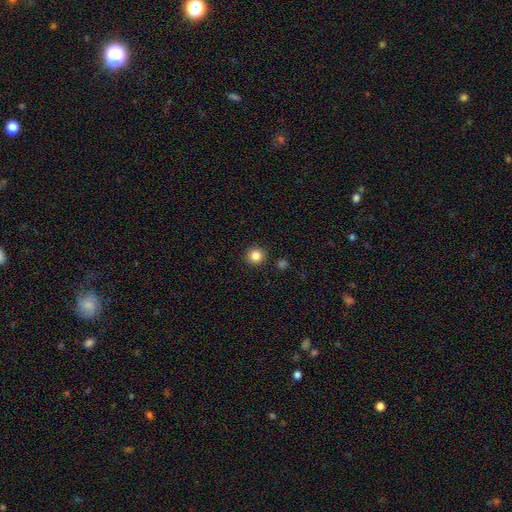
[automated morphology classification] A smooth galaxy with no disk features (85%) that is round (95%). Merging: none (91%).